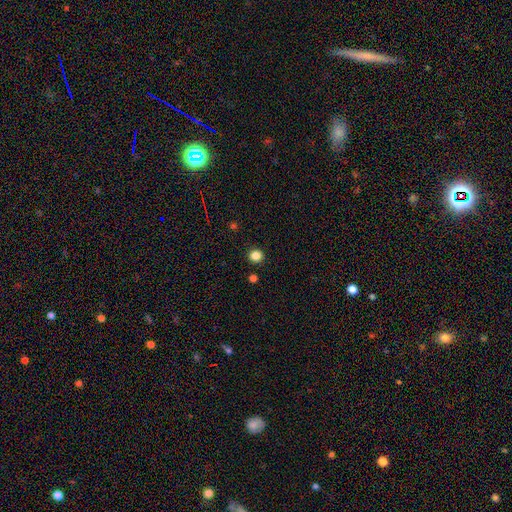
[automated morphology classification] Smooth or featured? Predicted: smooth (p=0.85). How rounded? Predicted: round (p=0.91). Merging? Predicted: none (p=0.92).